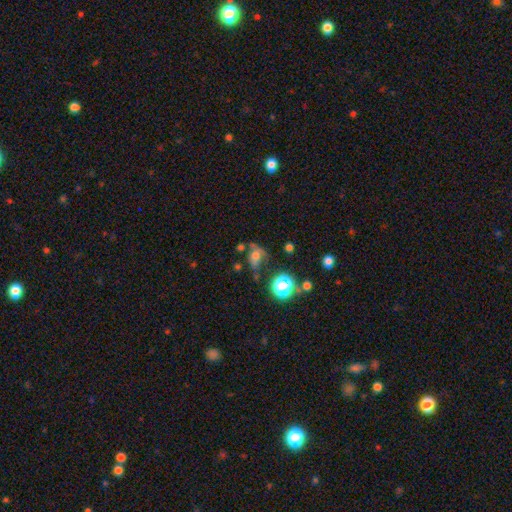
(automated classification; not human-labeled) Smooth or featured? Predicted: smooth (p=0.55). How rounded? Predicted: in between (p=0.53). Merging? Predicted: none (p=0.39).